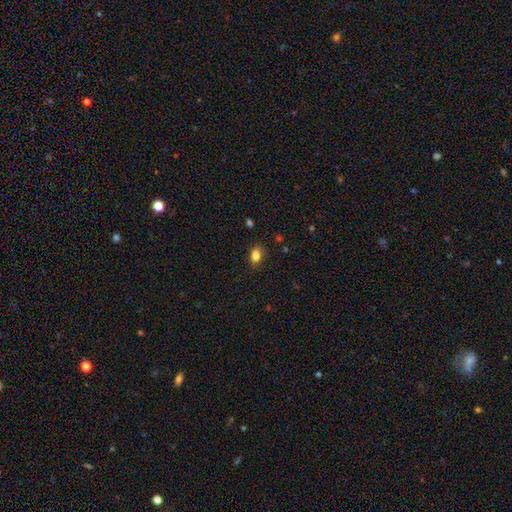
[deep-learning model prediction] Morphology: type=smooth (84%); roundness=in between (80%); merging=none (84%).